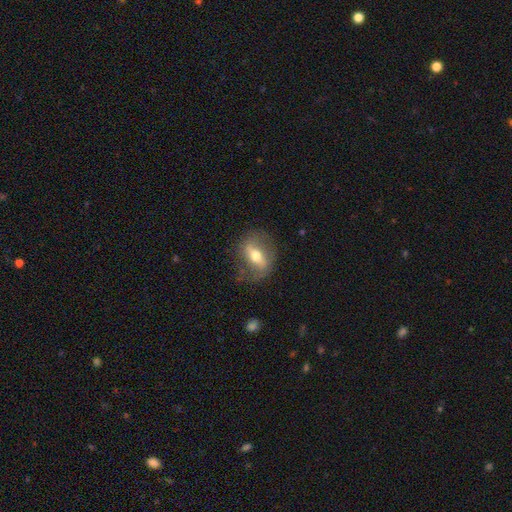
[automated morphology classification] This is possibly a featured or disk galaxy (58%). It is likely not viewed edge-on (75%). Merging: likely none (74%).